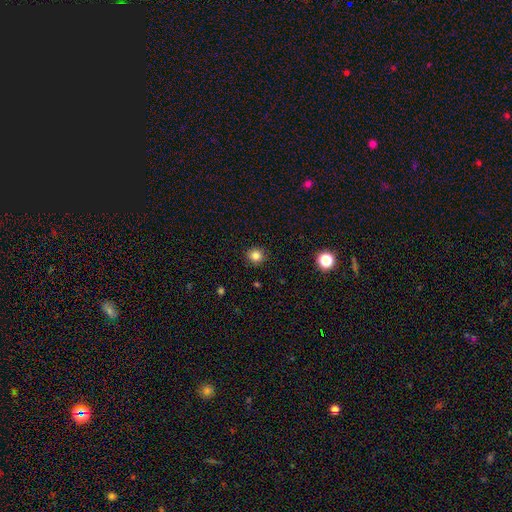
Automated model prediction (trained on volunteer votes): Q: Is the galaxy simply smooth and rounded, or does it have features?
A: smooth — 83%.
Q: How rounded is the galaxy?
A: round — 92%.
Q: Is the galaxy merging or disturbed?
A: none — 91%.